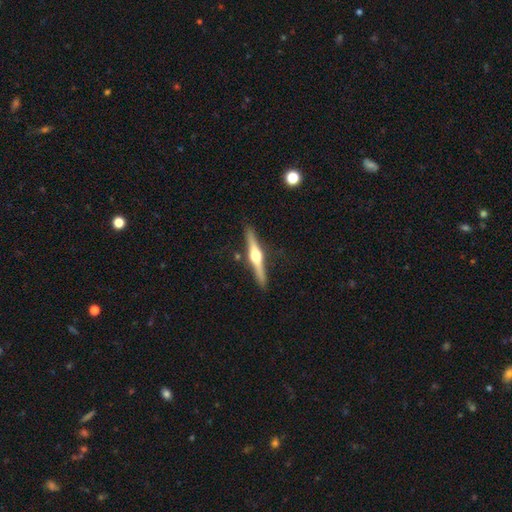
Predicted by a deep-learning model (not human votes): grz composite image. It shows a featured or disk galaxy (78%) viewed edge-on (98%) with a rounded central bulge (96%). Merging: none (88%).